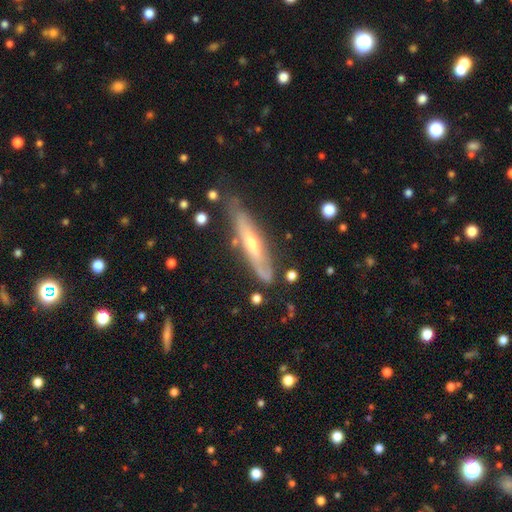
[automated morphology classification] featured or disk 68%, smooth 25%, star or artifact 7%. Down the decision tree: edge-on disk — yes (76%); edge-on bulge — rounded (79%); merging — none (72%).